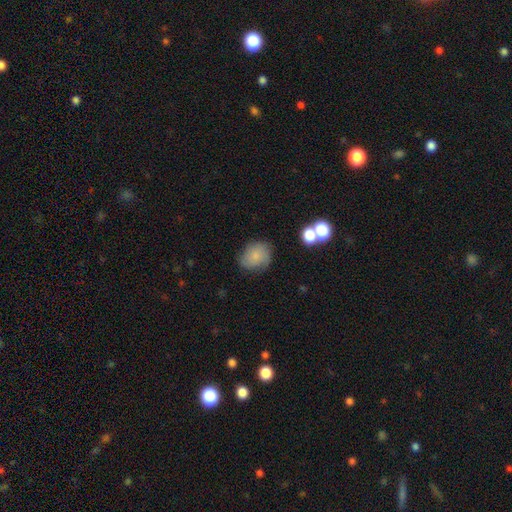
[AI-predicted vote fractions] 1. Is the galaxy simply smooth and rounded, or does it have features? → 69% smooth, 21% featured or disk, 10% star or artifact.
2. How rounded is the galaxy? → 59% round, 40% in between, 1% cigar-shaped.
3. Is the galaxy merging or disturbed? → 68% none, 21% minor disturbance, 7% major disturbance, 4% merger.